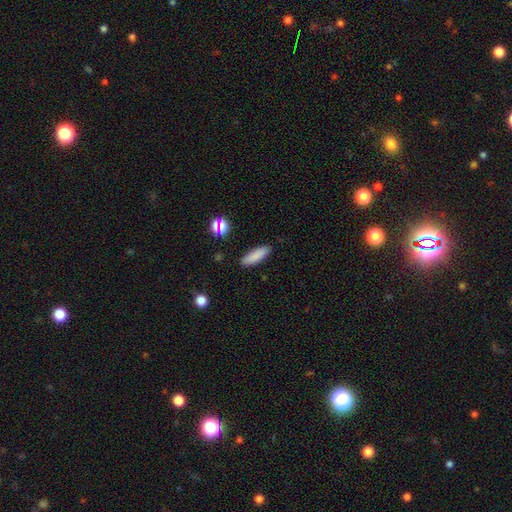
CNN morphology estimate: The model was most divided on "how rounded": cigar-shaped: 51%, in between: 47%, round: 2%. More confident: merging — none (89%); smooth or featured — smooth (84%).